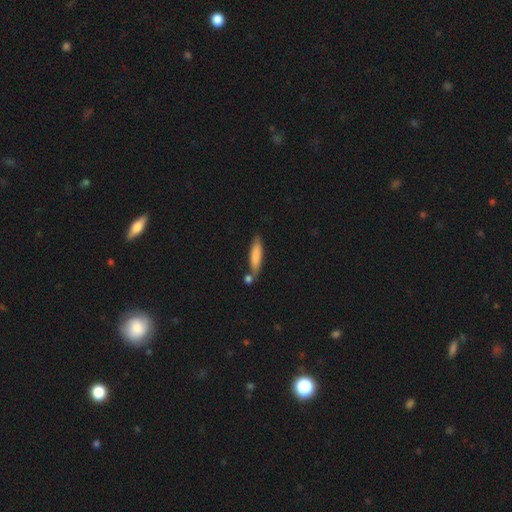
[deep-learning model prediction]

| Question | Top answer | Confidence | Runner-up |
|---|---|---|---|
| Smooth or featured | smooth | 79% | featured or disk (15%) |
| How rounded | cigar-shaped | 77% | in between (21%) |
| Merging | none | 63% | merger (19%) |